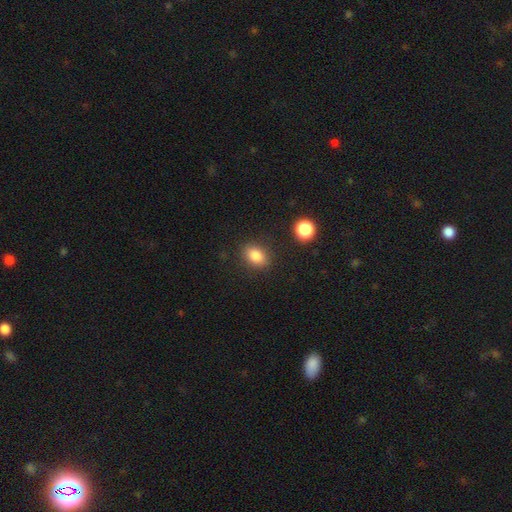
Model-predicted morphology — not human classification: Smooth or featured?
  - smooth: 83% *
  - star or artifact: 10%
  - featured or disk: 7%
How rounded?
  - in between: 72% *
  - round: 27%
  - cigar-shaped: 2%
Merging?
  - none: 86% *
  - minor disturbance: 9%
  - major disturbance: 3%
  - merger: 3%